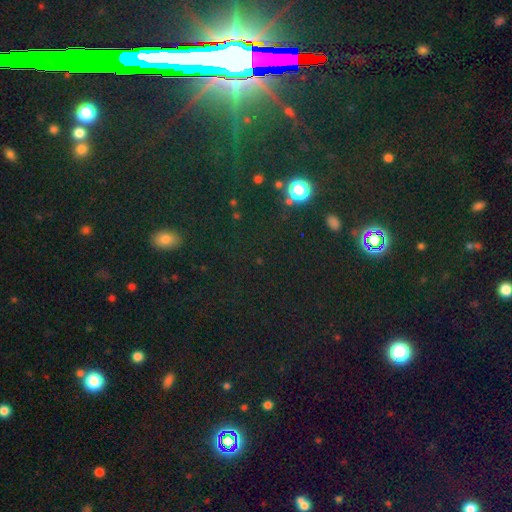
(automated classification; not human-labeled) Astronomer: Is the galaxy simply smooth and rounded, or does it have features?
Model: star or artifact — 76%.